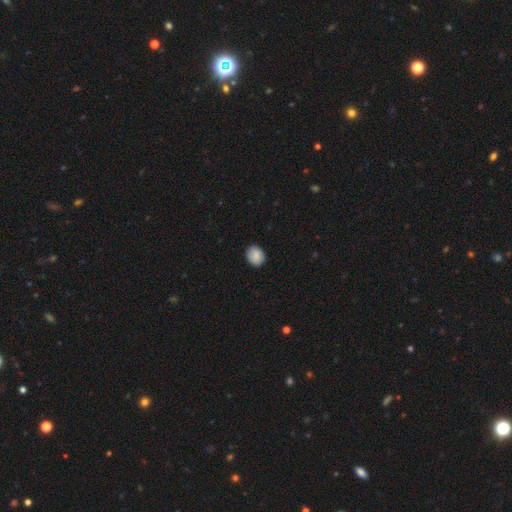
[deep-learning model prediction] Overall: smooth (84%). How rounded: round (55%; in between 44%). Merging: none (86%).